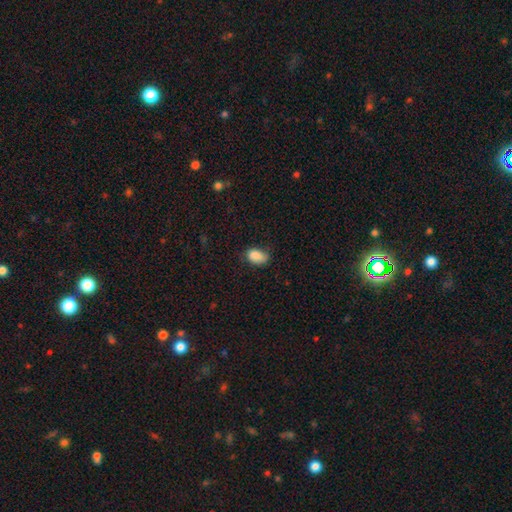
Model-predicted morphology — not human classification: This appears to be a smooth galaxy with no disk features (87%) that is in between round and cigar-shaped (89%). Merging: none (58%).